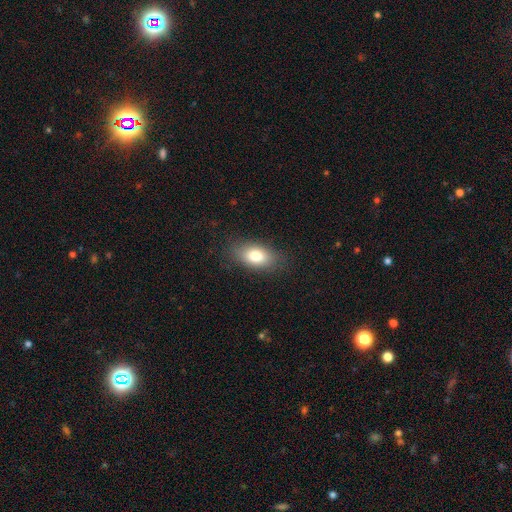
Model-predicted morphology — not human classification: A smooth galaxy with no disk features (78%) that is in between round and cigar-shaped (88%). Merging: none (84%).